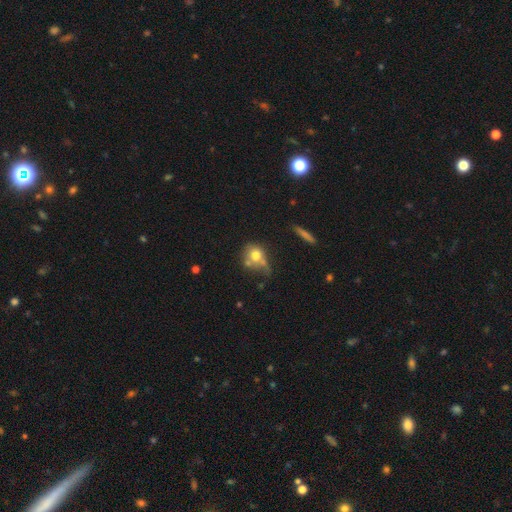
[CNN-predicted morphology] This appears to be a smooth galaxy with no disk features (70%) that is round (64%). Merging: none (34%).